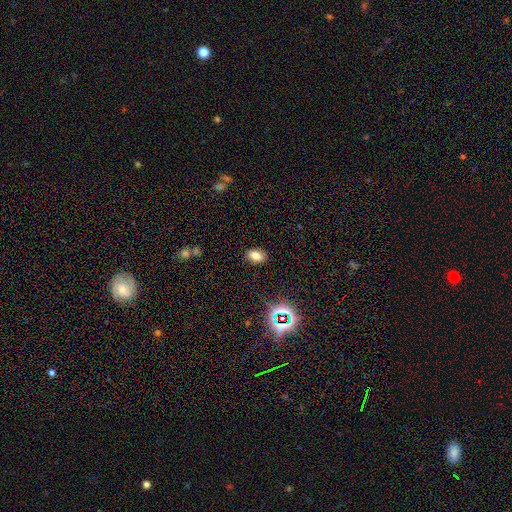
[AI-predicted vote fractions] Smooth or featured? Predicted: smooth (p=0.74). How rounded? Predicted: in between (p=0.84). Merging? Predicted: none (p=0.87).